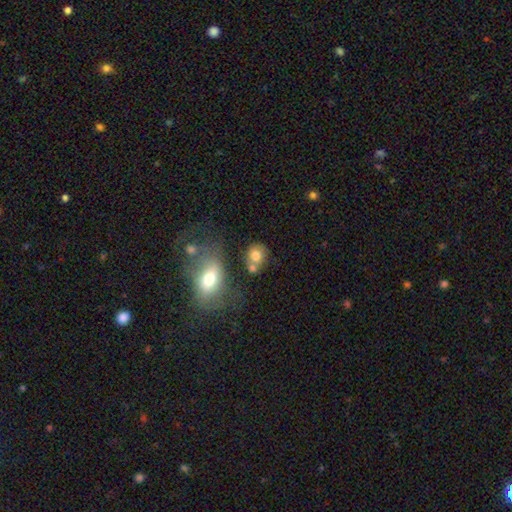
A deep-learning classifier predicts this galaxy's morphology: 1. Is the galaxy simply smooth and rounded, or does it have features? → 75% smooth, 14% featured or disk, 11% star or artifact.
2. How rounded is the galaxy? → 68% round, 31% in between, 1% cigar-shaped.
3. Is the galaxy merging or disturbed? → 48% none, 31% merger, 14% minor disturbance, 6% major disturbance.